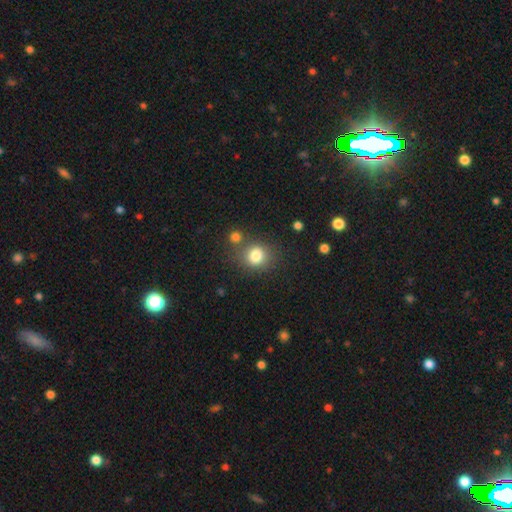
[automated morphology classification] smooth-or-featured: smooth: 81% | star or artifact: 12% | featured or disk: 8%
  how-rounded: round: 73% | in between: 26% | cigar-shaped: 1%
  merging: none: 68% | merger: 15% | minor disturbance: 13% | major disturbance: 5%